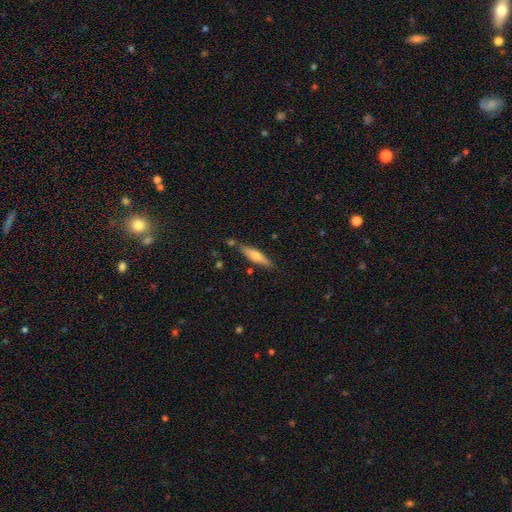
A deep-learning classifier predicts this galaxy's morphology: A smooth galaxy with no disk features (55%) that is cigar-shaped (77%). Merging: none (80%).